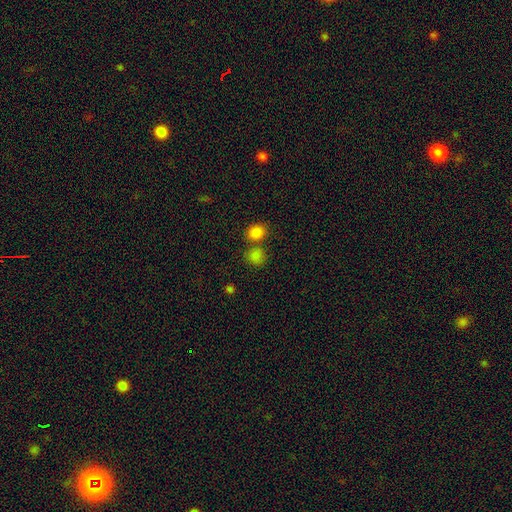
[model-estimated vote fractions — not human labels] Smooth or featured? Predicted: smooth (p=0.82). How rounded? Predicted: round (p=0.78). Merging? Predicted: none (p=0.58).